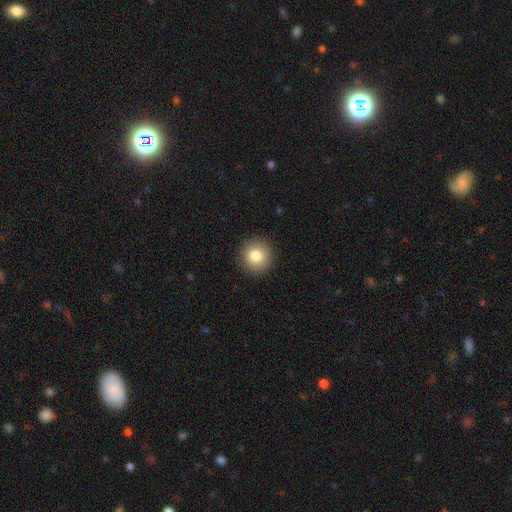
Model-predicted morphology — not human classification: smooth_or_featured: smooth (p=0.83) [alt: star or artifact p=0.09]
how_rounded: round (p=0.94) [alt: in between p=0.05]
merging: none (p=0.92) [alt: minor disturbance p=0.05]